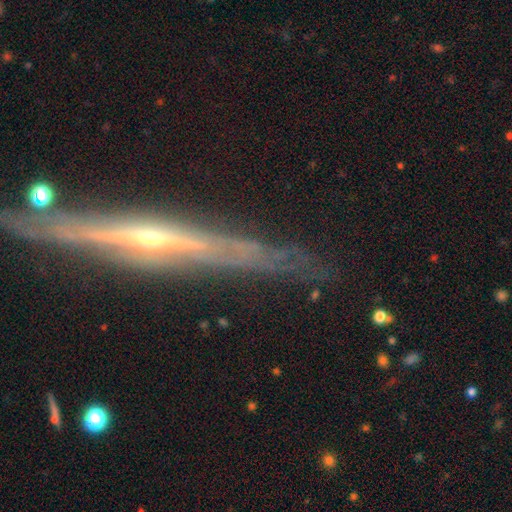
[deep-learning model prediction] Smooth or featured? Predicted: featured or disk (p=0.71). Edge-on disk? Predicted: yes (p=0.86). Edge-on bulge? Predicted: rounded (p=0.67). Merging? Predicted: none (p=0.71).